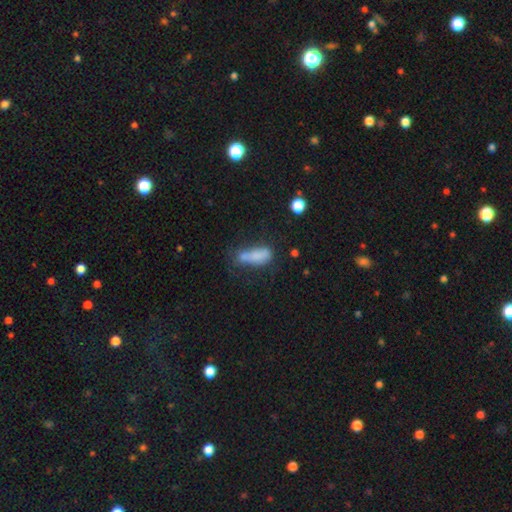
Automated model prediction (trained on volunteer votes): Smooth or featured? Predicted: smooth (p=0.73). How rounded? Predicted: in between (p=0.57). Merging? Predicted: none (p=0.36).